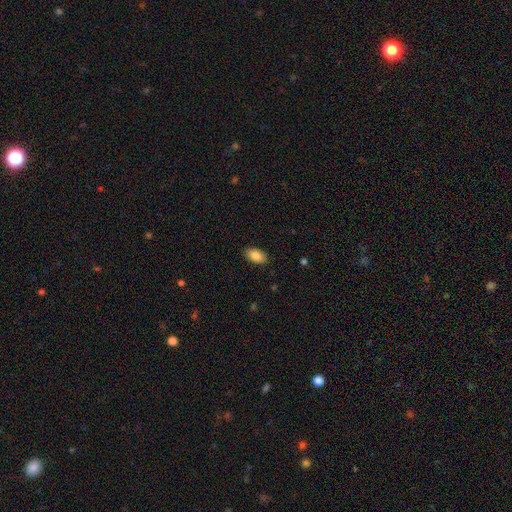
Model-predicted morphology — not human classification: Smooth or featured?
  - smooth: 87% *
  - star or artifact: 7%
  - featured or disk: 6%
How rounded?
  - in between: 93% *
  - round: 5%
  - cigar-shaped: 2%
Merging?
  - none: 88% *
  - minor disturbance: 9%
  - major disturbance: 2%
  - merger: 1%